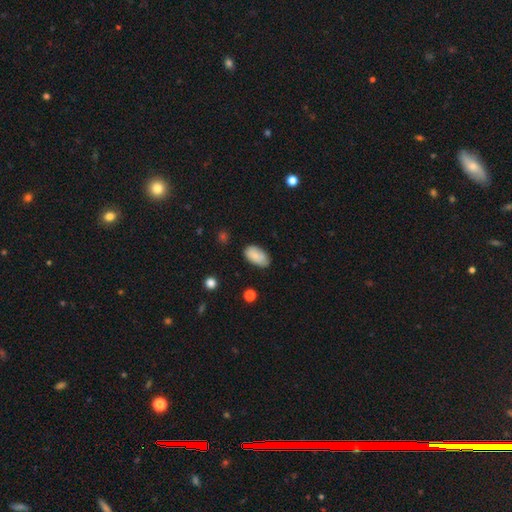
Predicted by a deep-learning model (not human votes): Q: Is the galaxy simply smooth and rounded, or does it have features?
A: smooth — 82%.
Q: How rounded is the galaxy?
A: in between — 94%.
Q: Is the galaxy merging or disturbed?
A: none — 76%.